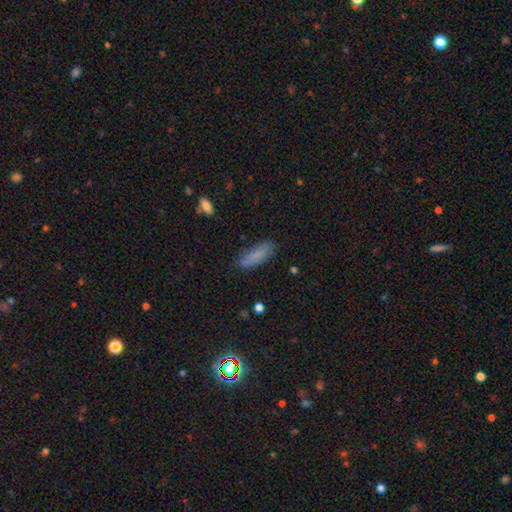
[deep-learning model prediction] This is clearly a smooth galaxy (81%). How rounded: possibly in between (50%). Merging: likely none (74%).